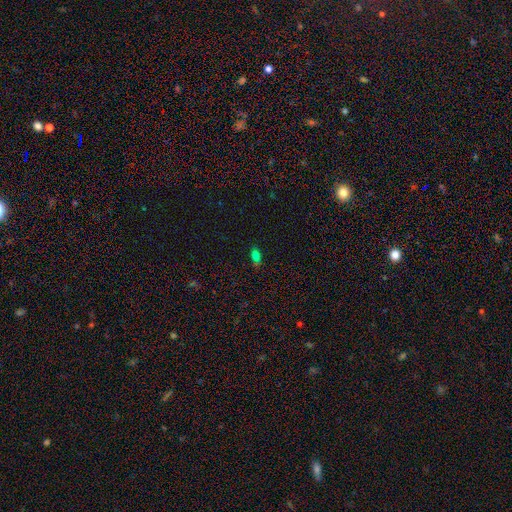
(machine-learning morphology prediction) Smooth or featured? Predicted: smooth (p=0.71). How rounded? Predicted: in between (p=0.82). Merging? Predicted: none (p=0.69).